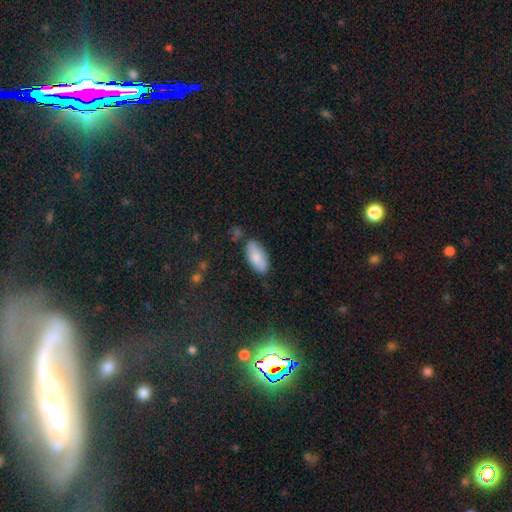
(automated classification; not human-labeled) Smooth or featured?
  - smooth: 81% *
  - featured or disk: 13%
  - star or artifact: 6%
How rounded?
  - in between: 87% *
  - cigar-shaped: 11%
  - round: 2%
Merging?
  - none: 77% *
  - minor disturbance: 16%
  - merger: 4%
  - major disturbance: 3%